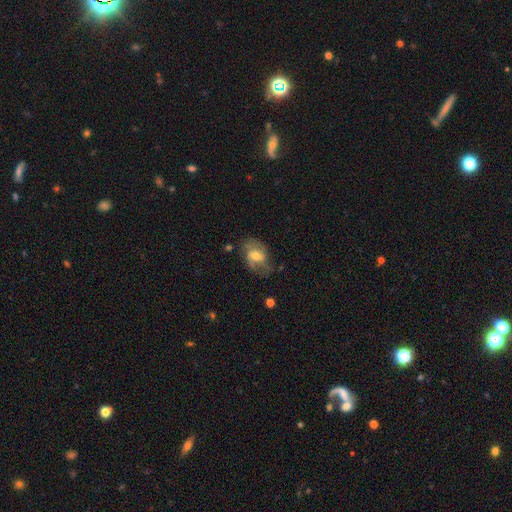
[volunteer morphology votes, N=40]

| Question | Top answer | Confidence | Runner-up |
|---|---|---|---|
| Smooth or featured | featured or disk | 57% | smooth (40%) |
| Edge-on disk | no | 91% | yes (9%) |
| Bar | no | 48% | weak (43%) |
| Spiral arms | yes | 90% | no (10%) |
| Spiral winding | medium | 53% | loose (32%) |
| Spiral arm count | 2 | 47% | 1 (16%) |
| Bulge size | moderate | 81% | small (14%) |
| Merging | none | 59% | minor disturbance (28%) |